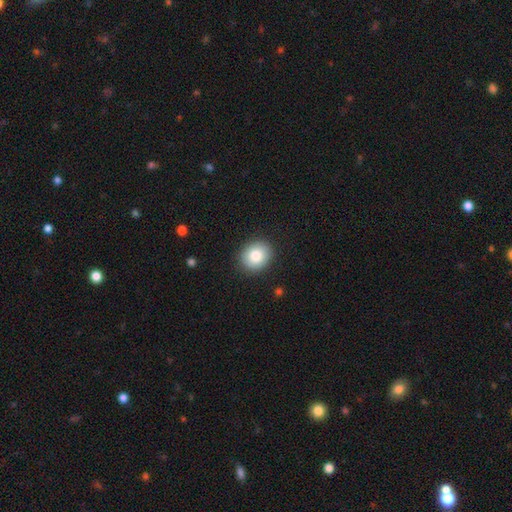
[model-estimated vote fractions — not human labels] Smooth or featured? smooth (83%)
How rounded? round (67%)
Merging? none (90%)